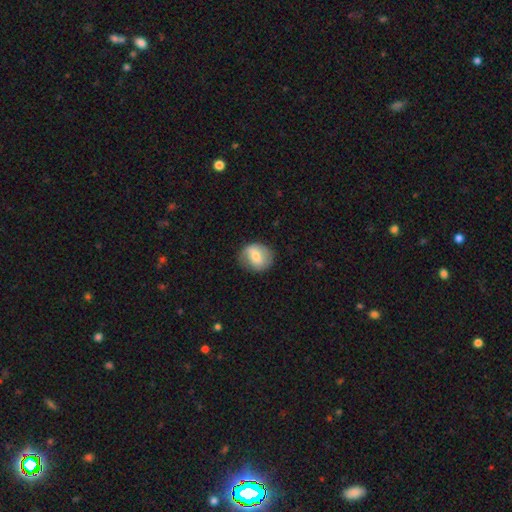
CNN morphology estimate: This appears to be a smooth galaxy with no disk features (60%) that is round (73%). Merging: none (73%).